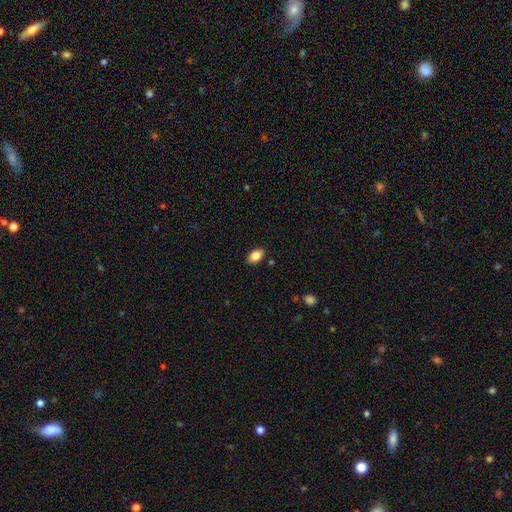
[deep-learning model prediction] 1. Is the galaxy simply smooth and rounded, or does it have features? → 84% smooth, 8% star or artifact, 8% featured or disk.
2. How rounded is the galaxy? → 88% in between, 10% round, 2% cigar-shaped.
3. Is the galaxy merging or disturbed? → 88% none, 9% minor disturbance, 2% major disturbance, 1% merger.